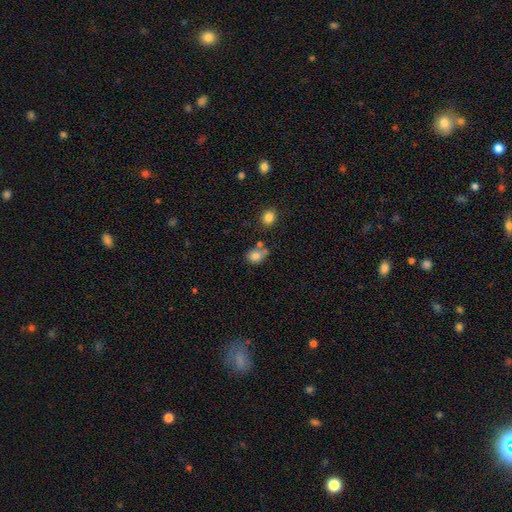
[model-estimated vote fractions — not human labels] Smooth or featured? smooth (80%)
How rounded? round (56%)
Merging? none (51%)